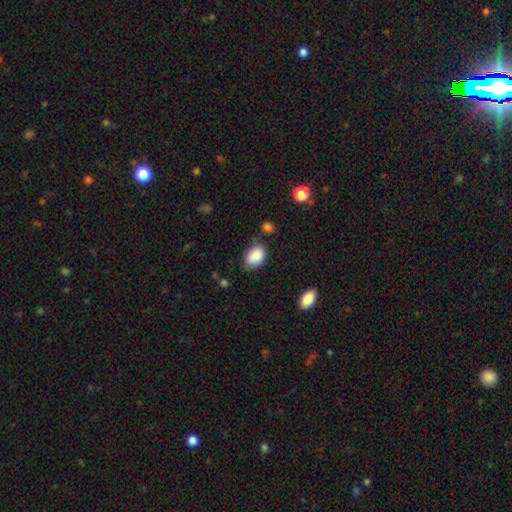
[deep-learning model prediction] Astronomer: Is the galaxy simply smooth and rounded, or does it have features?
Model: smooth — 87%.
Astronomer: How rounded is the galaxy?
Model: in between — 86%.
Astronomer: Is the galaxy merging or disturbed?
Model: none — 61%.